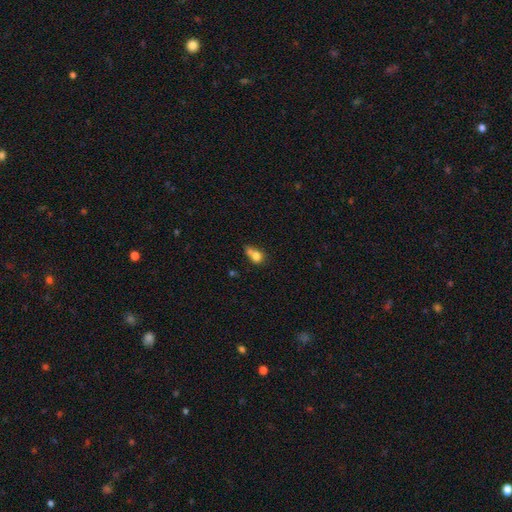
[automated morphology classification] Overall: smooth (75%). How rounded: round (58%; in between 40%). Merging: merger (40%; none 32%).